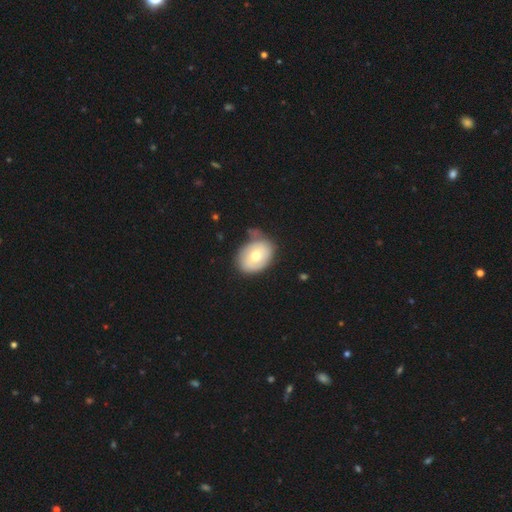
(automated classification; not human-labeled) This is likely a smooth galaxy (64%). How rounded: likely in between (68%). Merging: likely none (62%).